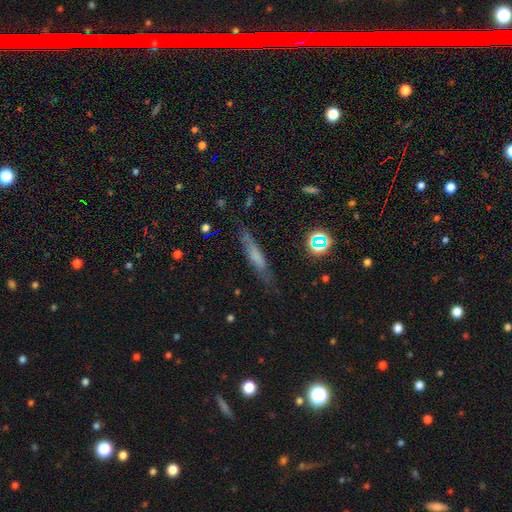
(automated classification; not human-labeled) Q: Smooth or featured?
A: smooth (52%); runner-up: featured or disk (36%)
Q: How rounded?
A: cigar-shaped (86%); runner-up: in between (12%)
Q: Merging?
A: none (72%); runner-up: minor disturbance (20%)